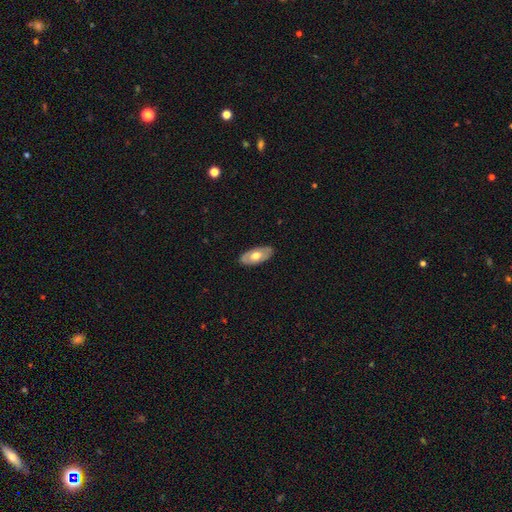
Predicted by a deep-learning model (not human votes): smooth 53%, featured or disk 42%, star or artifact 5%. Down the decision tree: how rounded — in between (92%); merging — none (85%).